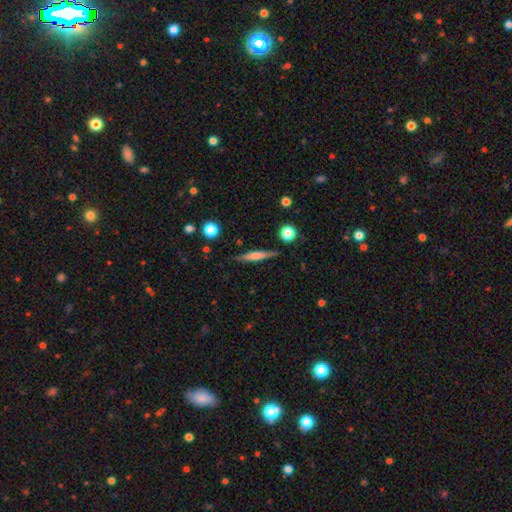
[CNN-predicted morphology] This appears to be a smooth galaxy with no disk features (48%). Merging: none (87%).